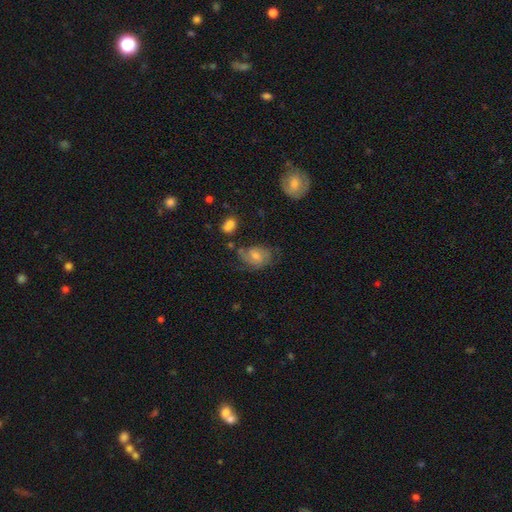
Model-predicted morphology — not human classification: A featured or disk galaxy (59%) with no bar (59%), spiral arms (85%) and a moderate central bulge (49%). Merging: none (53%).